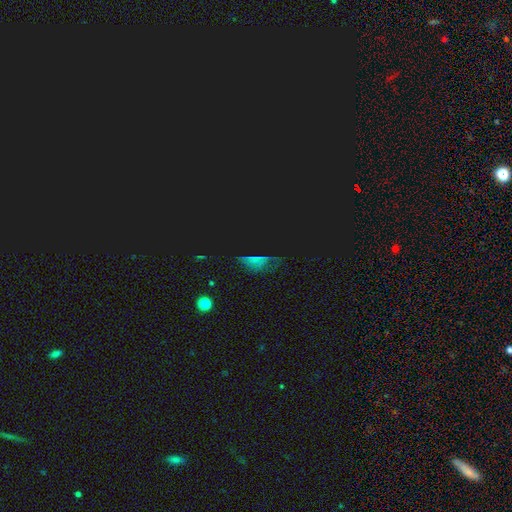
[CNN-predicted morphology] This is likely a star or artifact rather than a galaxy (66%).